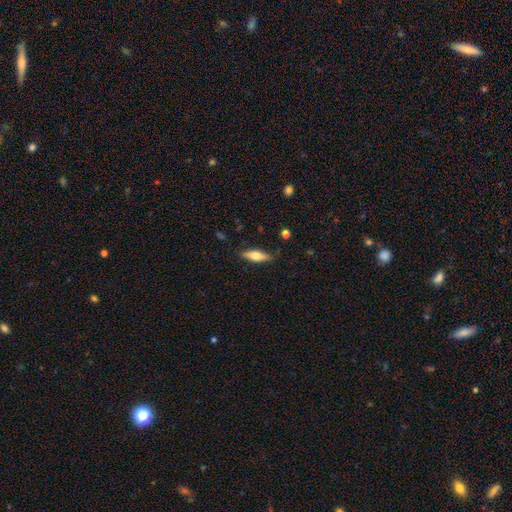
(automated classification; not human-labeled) This appears to be a smooth galaxy with no disk features (65%) that is cigar-shaped (51%). Merging: none (83%).